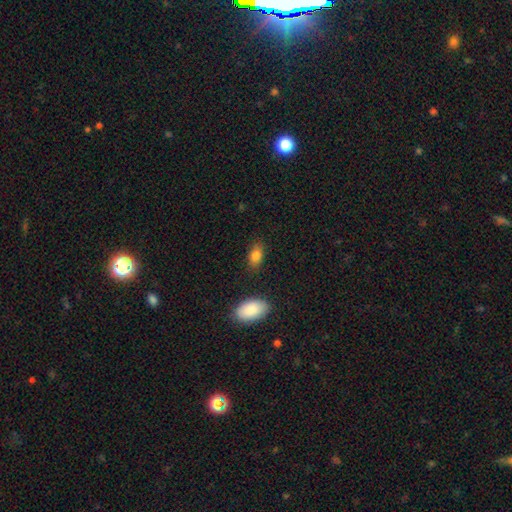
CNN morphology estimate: This is clearly a smooth galaxy (84%). How rounded: clearly in between (90%). Merging: clearly none (82%).